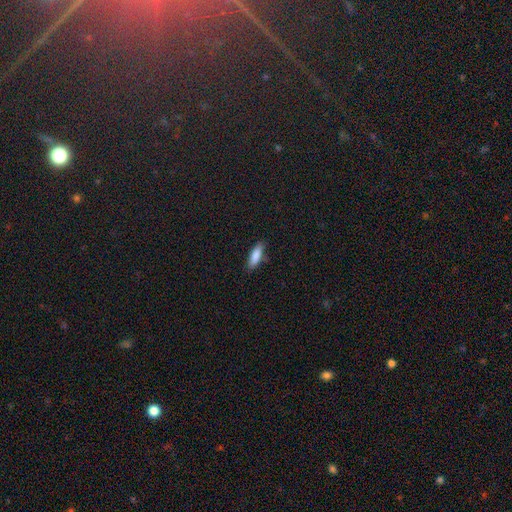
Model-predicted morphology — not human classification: Smooth or featured: smooth — 86% (featured or disk — 8%)
How rounded: in between — 57% (cigar-shaped — 41%)
Merging: none — 81% (minor disturbance — 14%)